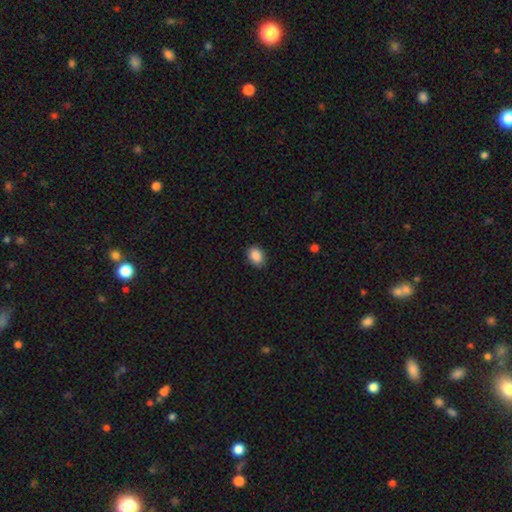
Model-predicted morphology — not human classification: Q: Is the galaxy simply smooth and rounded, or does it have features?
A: smooth — 89%.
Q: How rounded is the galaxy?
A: in between — 72%.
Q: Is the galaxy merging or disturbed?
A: none — 86%.